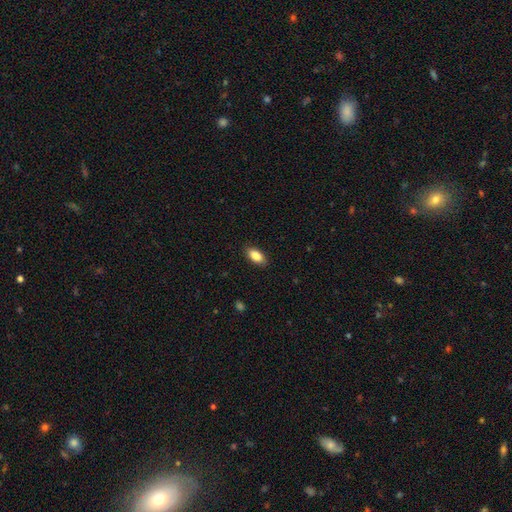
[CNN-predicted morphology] smooth_or_featured: smooth (p=0.87) [alt: star or artifact p=0.07]
how_rounded: in between (p=0.90) [alt: cigar-shaped p=0.06]
merging: none (p=0.87) [alt: minor disturbance p=0.10]